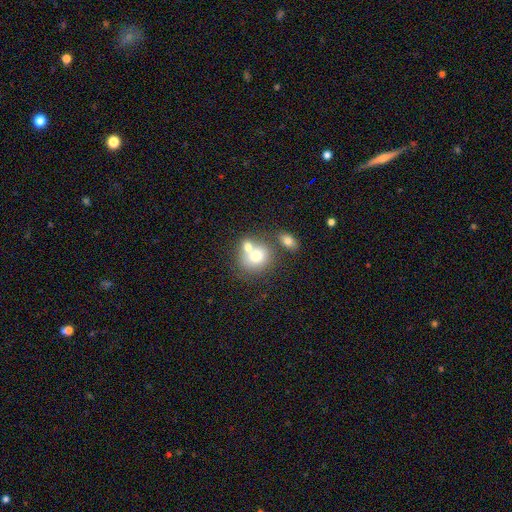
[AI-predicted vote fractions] Smooth or featured?
  - smooth: 71% *
  - featured or disk: 19%
  - star or artifact: 10%
How rounded?
  - round: 67% *
  - in between: 32%
  - cigar-shaped: 1%
Merging?
  - merger: 52% *
  - none: 35%
  - minor disturbance: 9%
  - major disturbance: 4%